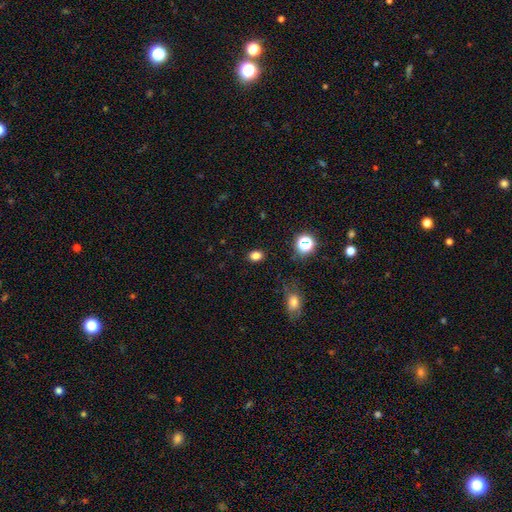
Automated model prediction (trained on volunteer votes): smooth-or-featured: smooth: 80% | star or artifact: 15% | featured or disk: 5%
  how-rounded: in between: 63% | round: 36% | cigar-shaped: 1%
  merging: none: 87% | minor disturbance: 9% | major disturbance: 3% | merger: 2%